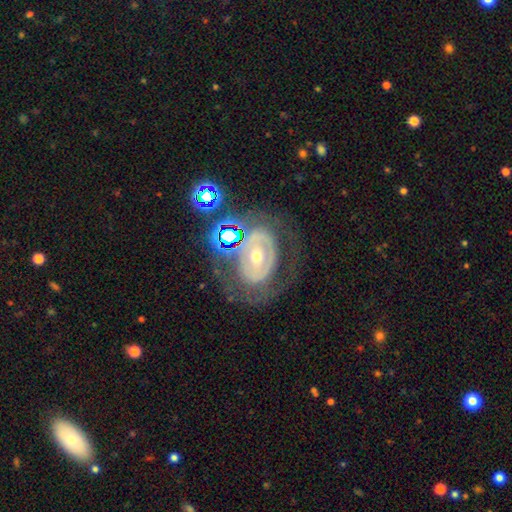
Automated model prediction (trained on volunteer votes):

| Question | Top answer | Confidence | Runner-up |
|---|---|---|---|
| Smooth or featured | featured or disk | 72% | smooth (18%) |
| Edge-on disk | no | 95% | yes (5%) |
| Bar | no | 57% | weak (26%) |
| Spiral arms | no | 52% | yes (48%) |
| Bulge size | moderate | 54% | small (41%) |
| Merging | none | 56% | major disturbance (20%) |